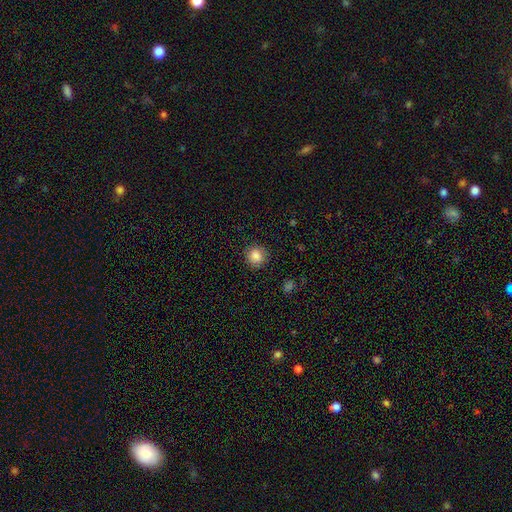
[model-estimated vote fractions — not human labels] smooth-or-featured: smooth: 85% | star or artifact: 10% | featured or disk: 5%
  how-rounded: round: 90% | in between: 9% | cigar-shaped: 1%
  merging: none: 88% | minor disturbance: 8% | major disturbance: 2% | merger: 1%